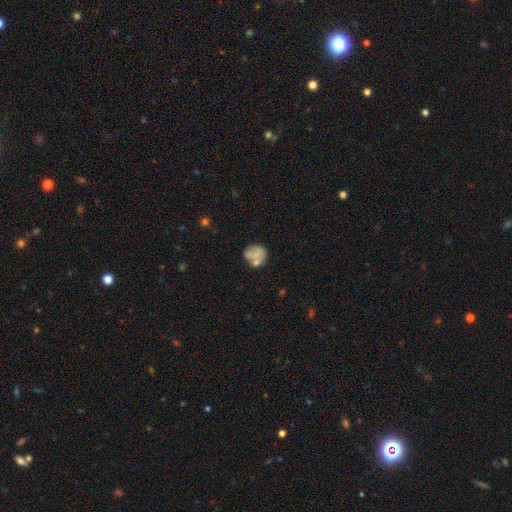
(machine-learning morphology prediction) This appears to be a smooth galaxy with no disk features (56%) that is round (75%). Merging: none (51%).